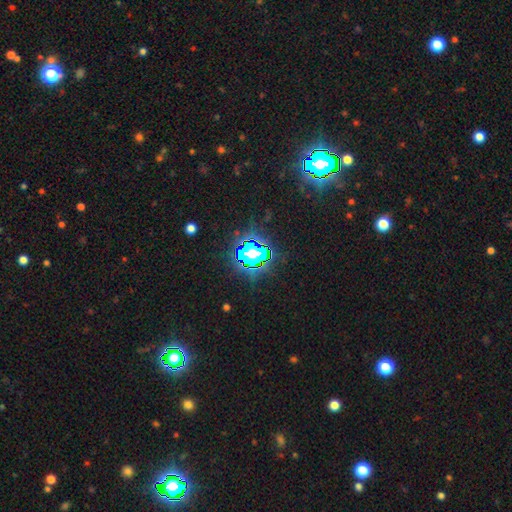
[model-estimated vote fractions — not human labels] This is likely a star or artifact rather than a galaxy (80%).